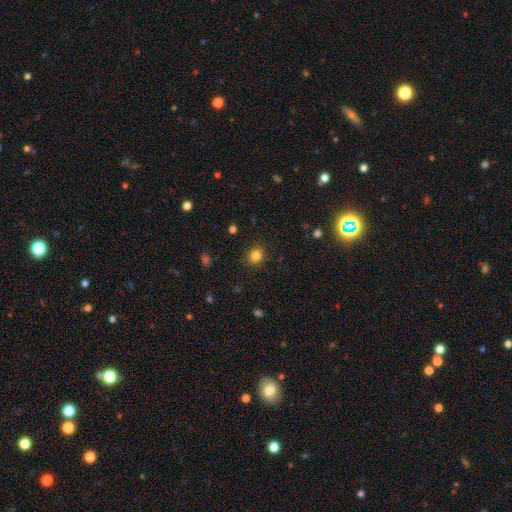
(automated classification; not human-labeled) The model was most divided on "how rounded": round: 77%, in between: 23%, cigar-shaped: 1%. More confident: merging — none (88%); smooth or featured — smooth (83%).